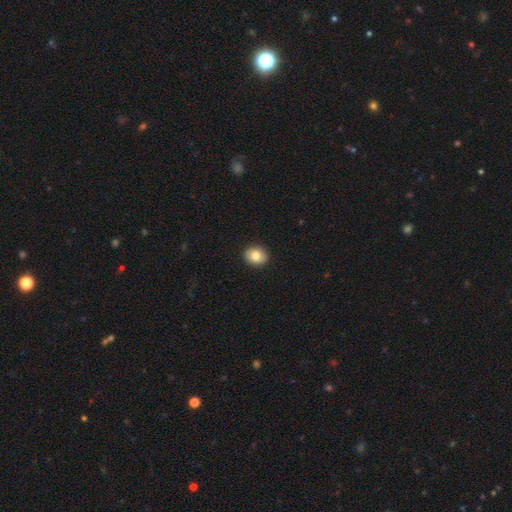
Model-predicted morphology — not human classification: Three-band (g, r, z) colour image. It shows a smooth galaxy with no disk features (79%) that is round (66%). Merging: none (91%).